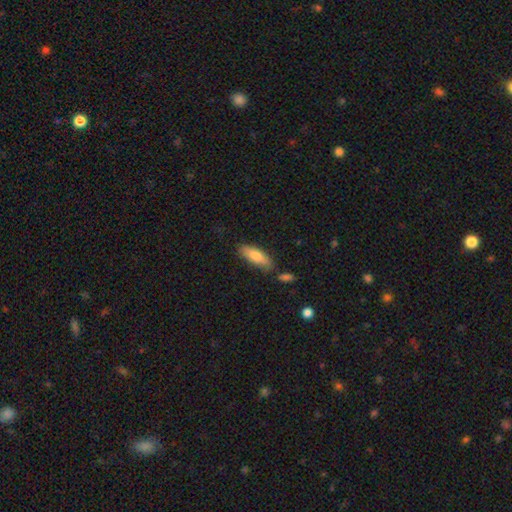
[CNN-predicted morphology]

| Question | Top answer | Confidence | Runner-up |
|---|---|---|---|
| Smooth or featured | smooth | 78% | featured or disk (16%) |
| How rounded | in between | 59% | cigar-shaped (39%) |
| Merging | none | 70% | minor disturbance (18%) |